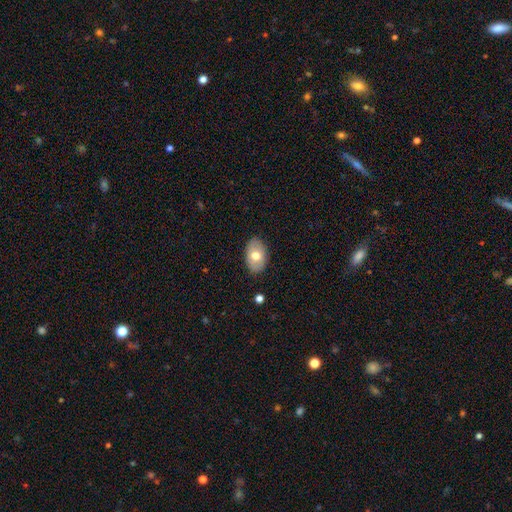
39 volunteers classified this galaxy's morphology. smooth-or-featured: smooth: 69% | featured or disk: 23% | star or artifact: 8%
  how-rounded: in between: 85% | round: 15% | cigar-shaped: 0%
  merging: none: 89% | minor disturbance: 8% | major disturbance: 3% | merger: 0%